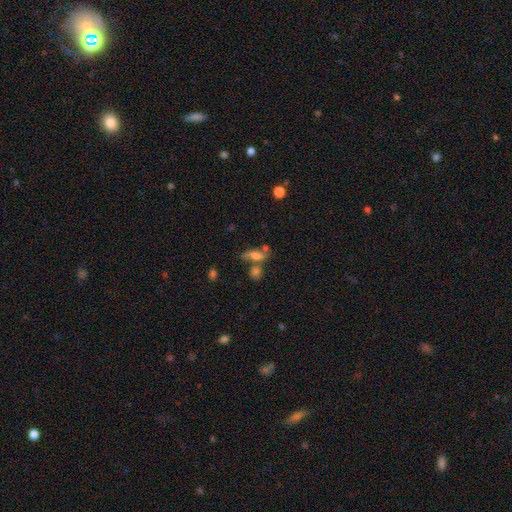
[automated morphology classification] A smooth galaxy with no disk features (57%) that is in between round and cigar-shaped (62%).

Vote fractions:
- Smooth or featured? smooth: 57% / featured or disk: 29% / star or artifact: 14%
- How rounded? in between: 62% / cigar-shaped: 25% / round: 13%
- Merging? none: 39% / merger: 30% / minor disturbance: 17% / major disturbance: 14%